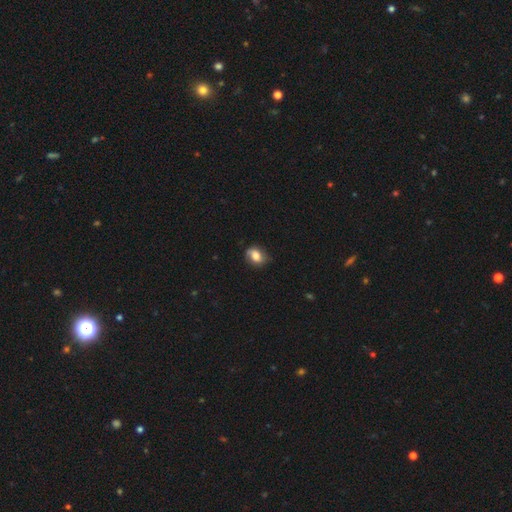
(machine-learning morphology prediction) Q: Smooth or featured?
A: smooth (70%); runner-up: featured or disk (21%)
Q: How rounded?
A: in between (61%); runner-up: round (37%)
Q: Merging?
A: none (67%); runner-up: minor disturbance (25%)